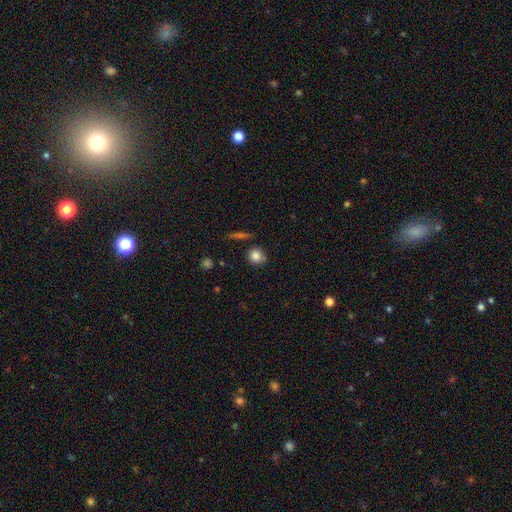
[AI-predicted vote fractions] smooth 83%, star or artifact 10%, featured or disk 7%. Down the decision tree: how rounded — round (88%); merging — none (79%).